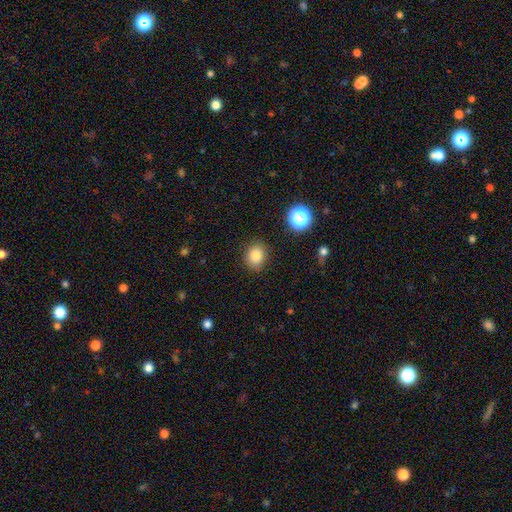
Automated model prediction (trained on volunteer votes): A smooth galaxy with no disk features (83%) that is round (67%). Merging: none (86%).